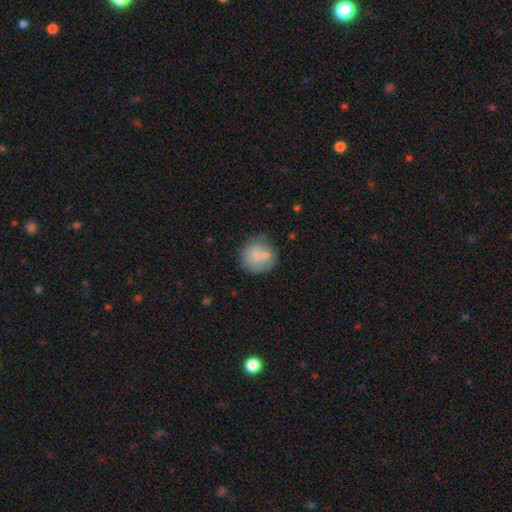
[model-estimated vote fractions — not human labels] Smooth or featured? smooth (73%)
How rounded? round (90%)
Merging? none (62%)